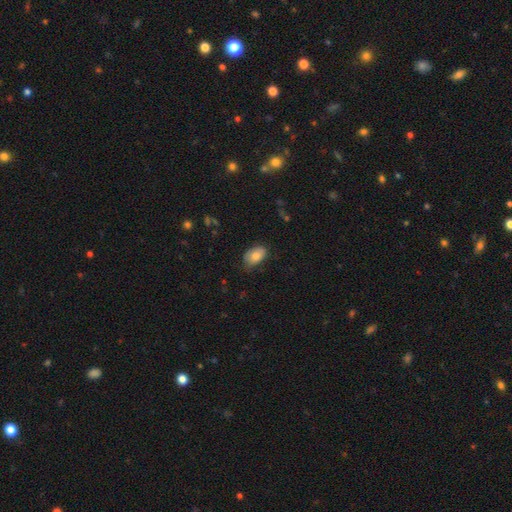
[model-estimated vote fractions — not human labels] smooth-or-featured: smooth: 80% | featured or disk: 13% | star or artifact: 7%
  how-rounded: in between: 90% | round: 9% | cigar-shaped: 1%
  merging: none: 65% | minor disturbance: 28% | major disturbance: 6% | merger: 1%